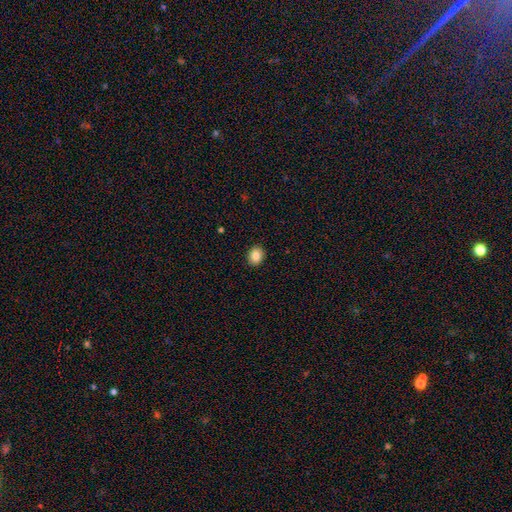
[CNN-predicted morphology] smooth 85%, star or artifact 9%, featured or disk 6%. Down the decision tree: how rounded — round (55%); merging — none (91%).